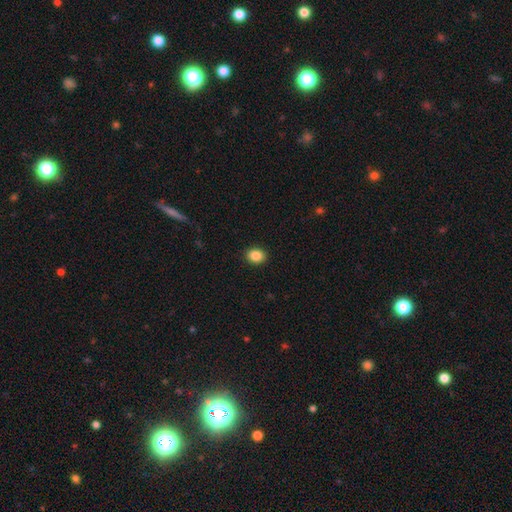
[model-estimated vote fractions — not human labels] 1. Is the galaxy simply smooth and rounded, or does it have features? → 87% smooth, 9% star or artifact, 4% featured or disk.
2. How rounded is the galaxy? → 50% in between, 49% round, 1% cigar-shaped.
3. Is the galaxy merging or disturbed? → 91% none, 6% minor disturbance, 2% major disturbance, 1% merger.